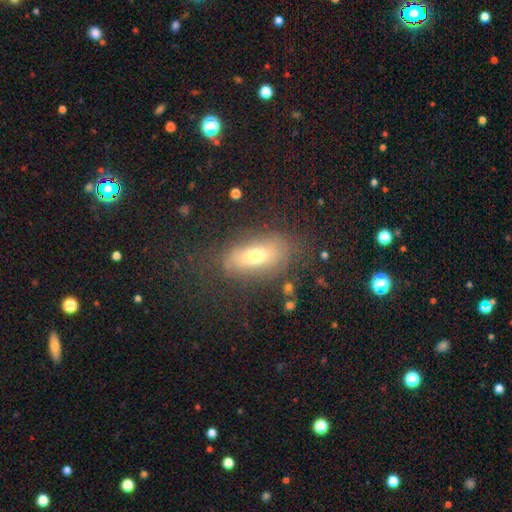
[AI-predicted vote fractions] smooth_or_featured: smooth (p=0.62) [alt: featured or disk p=0.27]
how_rounded: in between (p=0.83) [alt: cigar-shaped p=0.12]
merging: none (p=0.69) [alt: minor disturbance p=0.18]